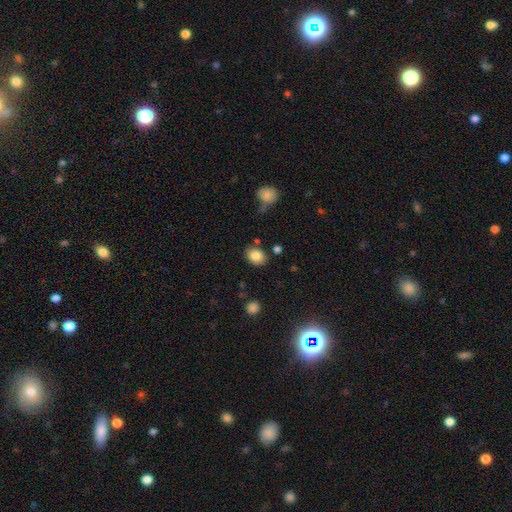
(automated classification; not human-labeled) smooth_or_featured: smooth (p=0.84) [alt: star or artifact p=0.09]
how_rounded: in between (p=0.58) [alt: round p=0.42]
merging: none (p=0.81) [alt: minor disturbance p=0.12]